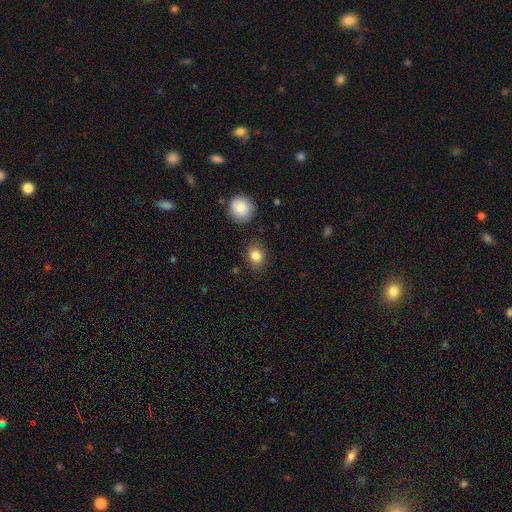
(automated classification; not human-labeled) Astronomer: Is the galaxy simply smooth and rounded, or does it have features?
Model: smooth — 84%.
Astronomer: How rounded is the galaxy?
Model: round — 59% (runner-up: in between, 40%).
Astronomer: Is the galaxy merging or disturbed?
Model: none — 83%.